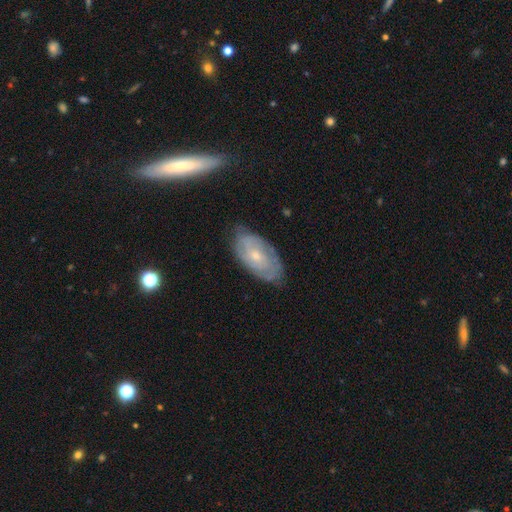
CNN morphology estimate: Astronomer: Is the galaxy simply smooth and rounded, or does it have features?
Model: featured or disk — 65%.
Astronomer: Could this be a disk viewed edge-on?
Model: no — 92%.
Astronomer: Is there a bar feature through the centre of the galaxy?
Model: no — 70%.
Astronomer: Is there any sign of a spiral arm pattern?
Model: yes — 82%.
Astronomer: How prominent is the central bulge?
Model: small — 67%.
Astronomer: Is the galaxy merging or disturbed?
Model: none — 74%.